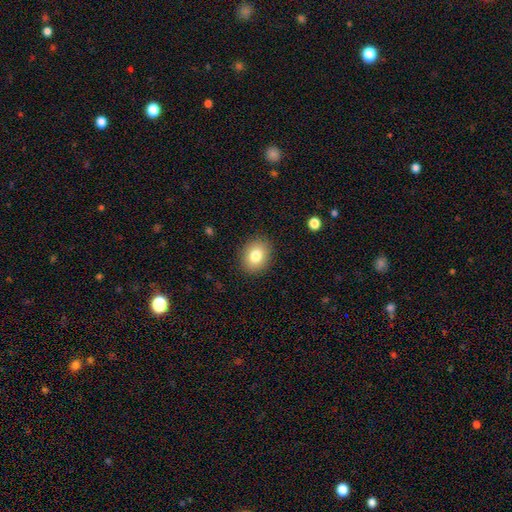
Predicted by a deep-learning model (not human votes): A smooth galaxy with no disk features (81%) that is in between round and cigar-shaped (54%). Merging: none (89%).